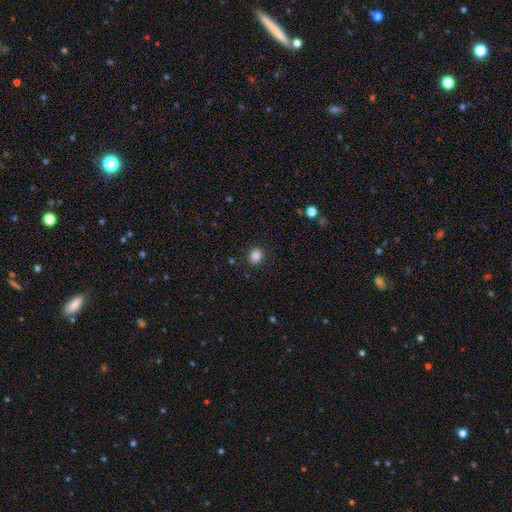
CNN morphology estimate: Overall: smooth (85%). How rounded: round (72%). Merging: none (90%).